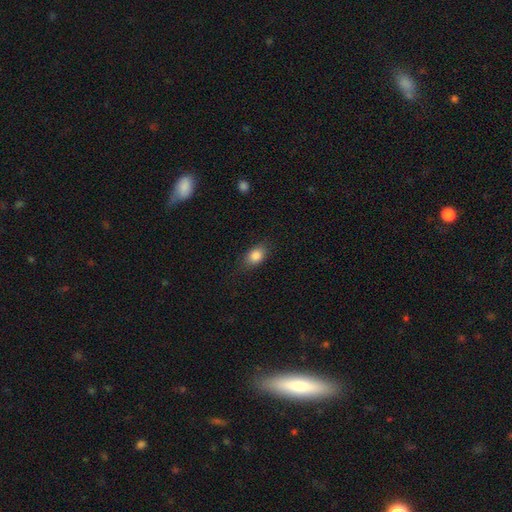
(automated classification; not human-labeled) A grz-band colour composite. It shows a smooth galaxy with no disk features (84%) that is in between round and cigar-shaped (77%). Merging: none (76%).